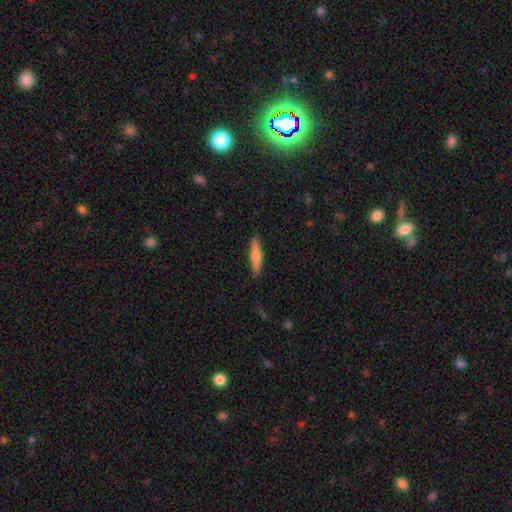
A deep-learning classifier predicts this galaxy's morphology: This appears to be a smooth galaxy with no disk features (54%) that is cigar-shaped (83%). Merging: none (87%).